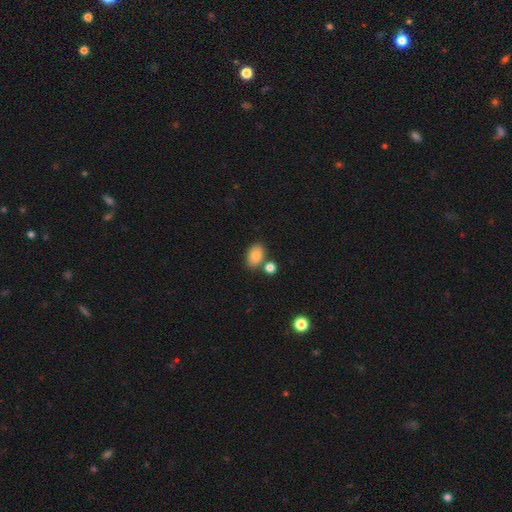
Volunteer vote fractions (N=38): Smooth or featured? 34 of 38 (89%) said smooth. How rounded? 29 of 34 (85%) said in between. Merging? 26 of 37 (70%) said none.